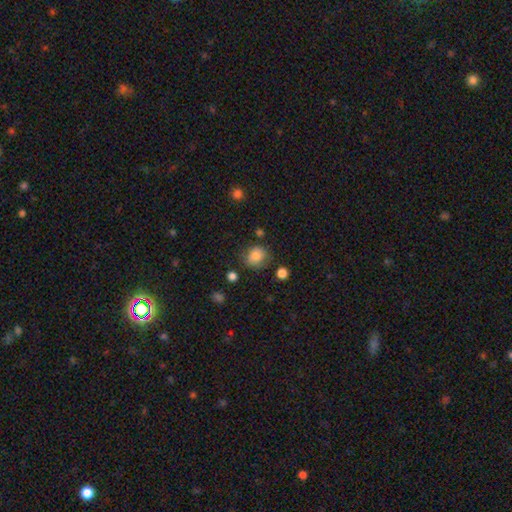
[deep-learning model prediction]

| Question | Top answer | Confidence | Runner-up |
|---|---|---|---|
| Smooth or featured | smooth | 82% | star or artifact (10%) |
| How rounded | round | 68% | in between (31%) |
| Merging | none | 71% | minor disturbance (20%) |